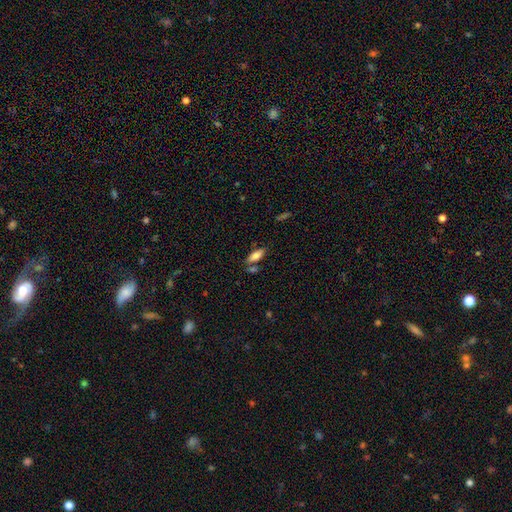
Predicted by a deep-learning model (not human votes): Smooth or featured? Predicted: smooth (p=0.74). How rounded? Predicted: in between (p=0.71). Merging? Predicted: none (p=0.69).